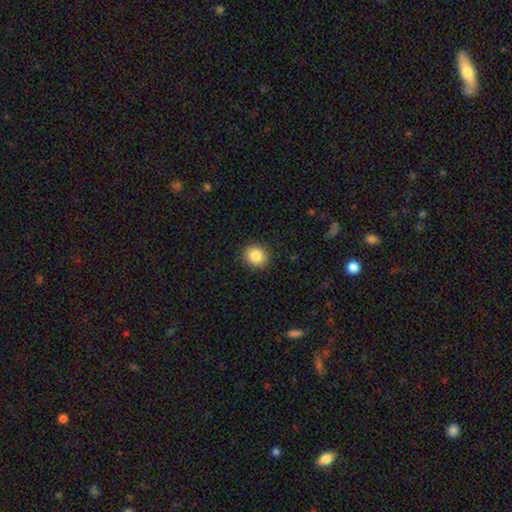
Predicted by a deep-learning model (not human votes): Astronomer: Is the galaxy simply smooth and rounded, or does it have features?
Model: smooth — 85%.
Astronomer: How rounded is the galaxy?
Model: round — 87%.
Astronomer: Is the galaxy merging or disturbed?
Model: none — 91%.